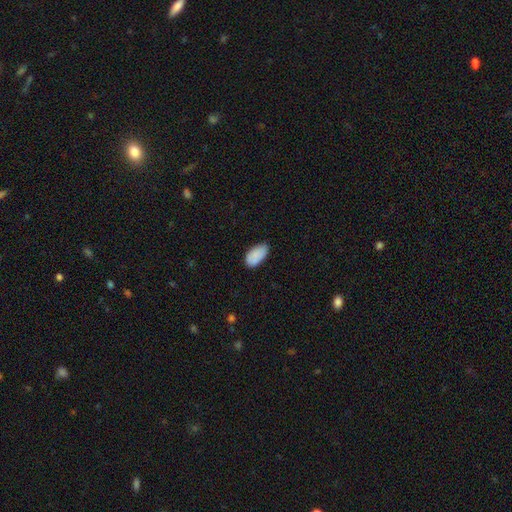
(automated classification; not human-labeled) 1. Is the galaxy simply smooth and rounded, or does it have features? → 87% smooth, 7% star or artifact, 6% featured or disk.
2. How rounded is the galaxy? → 95% in between, 3% round, 2% cigar-shaped.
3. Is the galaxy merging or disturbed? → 72% none, 23% minor disturbance, 3% major disturbance, 1% merger.